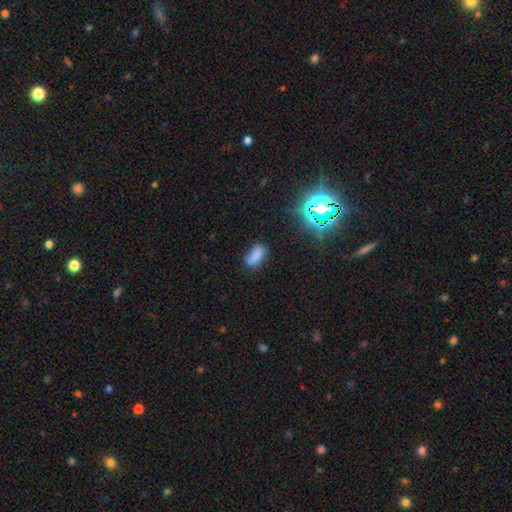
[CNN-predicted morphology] Q: Smooth or featured?
A: smooth (78%); runner-up: star or artifact (15%)
Q: How rounded?
A: in between (84%); runner-up: cigar-shaped (12%)
Q: Merging?
A: none (72%); runner-up: minor disturbance (20%)